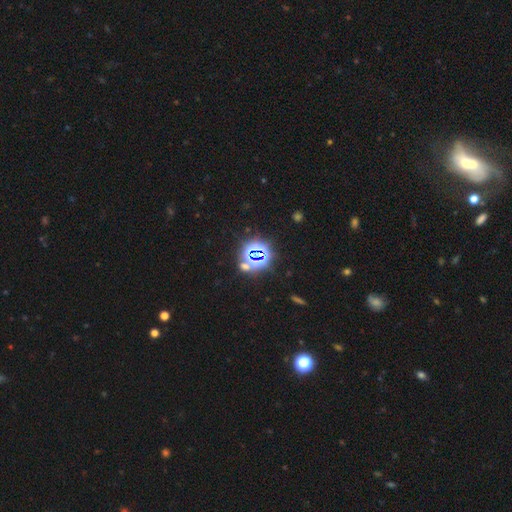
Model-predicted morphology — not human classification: Smooth or featured: star or artifact — 75% (smooth — 17%)